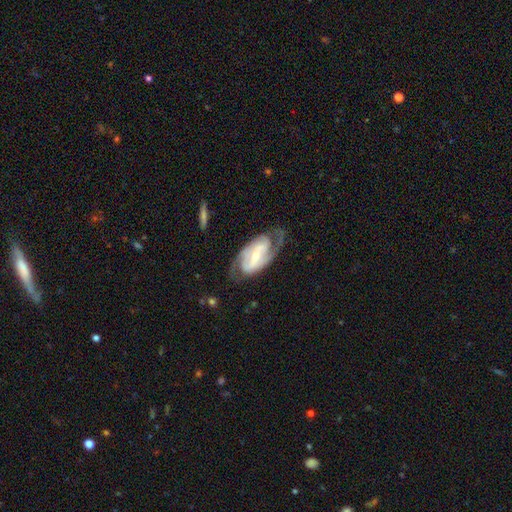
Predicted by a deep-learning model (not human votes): Smooth or featured? featured or disk (86%)
Edge-on disk? no (95%)
Bar? strong (48%)
Spiral arms? yes (94%)
Spiral winding? medium (44%)
Spiral arm count? 2 (85%)
Bulge size? small (59%)
Merging? none (71%)